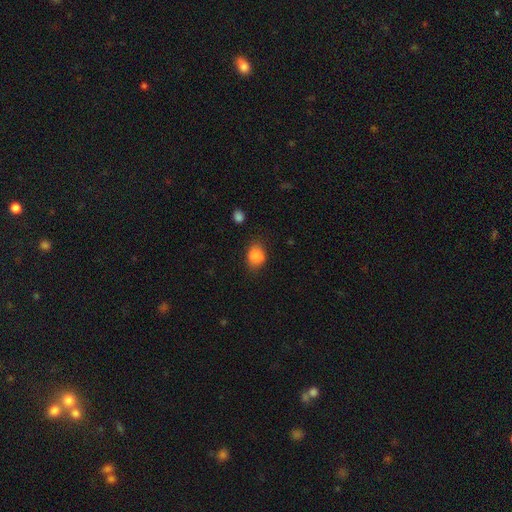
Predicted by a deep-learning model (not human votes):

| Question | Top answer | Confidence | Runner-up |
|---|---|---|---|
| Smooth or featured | smooth | 84% | star or artifact (9%) |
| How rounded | in between | 57% | round (42%) |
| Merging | none | 64% | minor disturbance (24%) |